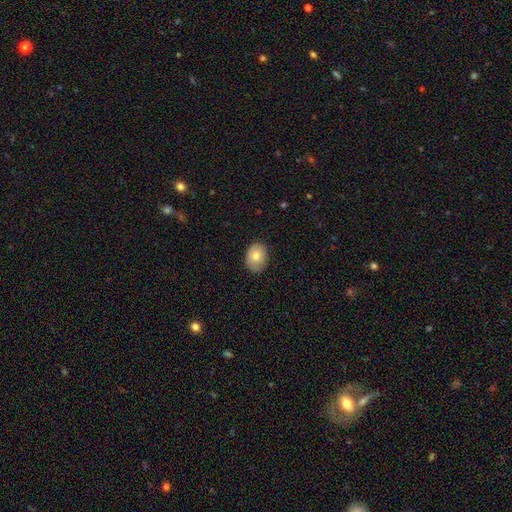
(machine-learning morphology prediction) A smooth galaxy with no disk features (77%) that is in between round and cigar-shaped (64%).

Vote fractions:
- Smooth or featured? smooth: 77% / featured or disk: 16% / star or artifact: 8%
- How rounded? in between: 64% / round: 35% / cigar-shaped: 1%
- Merging? none: 81% / minor disturbance: 15% / major disturbance: 3% / merger: 1%